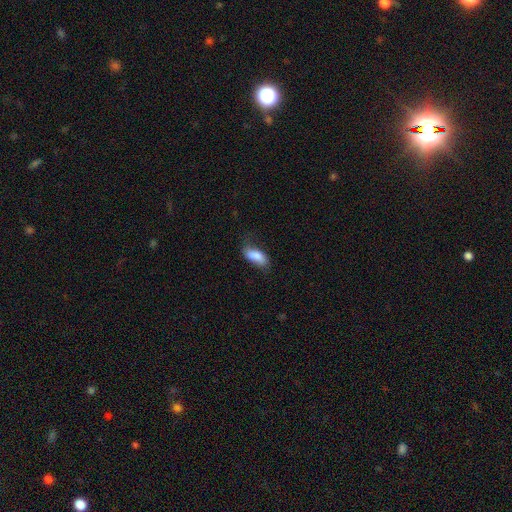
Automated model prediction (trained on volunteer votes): Morphology: type=smooth (82%); roundness=in between (83%); merging=none (59%).